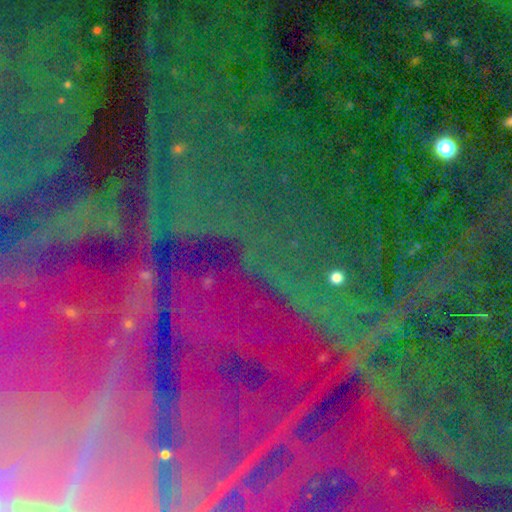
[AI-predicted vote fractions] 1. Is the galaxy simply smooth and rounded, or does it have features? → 86% star or artifact, 8% featured or disk, 6% smooth.